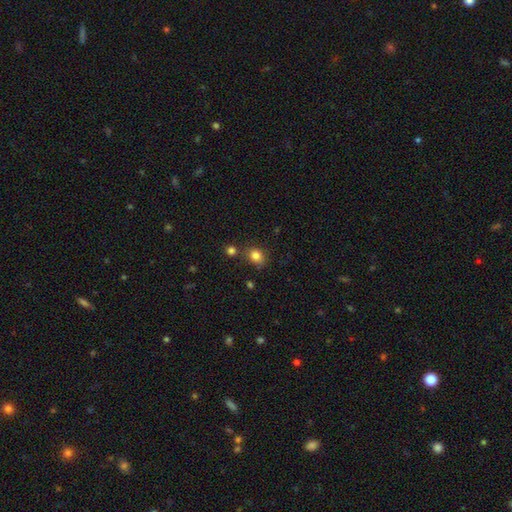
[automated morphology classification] smooth-or-featured: smooth: 82% | star or artifact: 12% | featured or disk: 6%
  how-rounded: round: 56% | in between: 43% | cigar-shaped: 1%
  merging: none: 69% | minor disturbance: 16% | merger: 10% | major disturbance: 4%